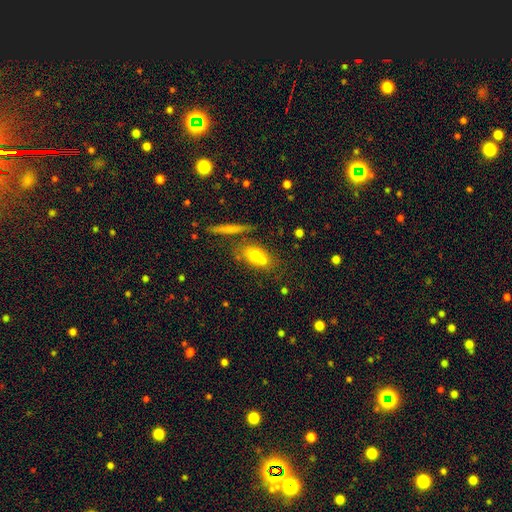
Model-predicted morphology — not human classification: Q: Smooth or featured?
A: smooth (69%); runner-up: featured or disk (20%)
Q: How rounded?
A: in between (66%); runner-up: round (23%)
Q: Merging?
A: none (52%); runner-up: merger (29%)